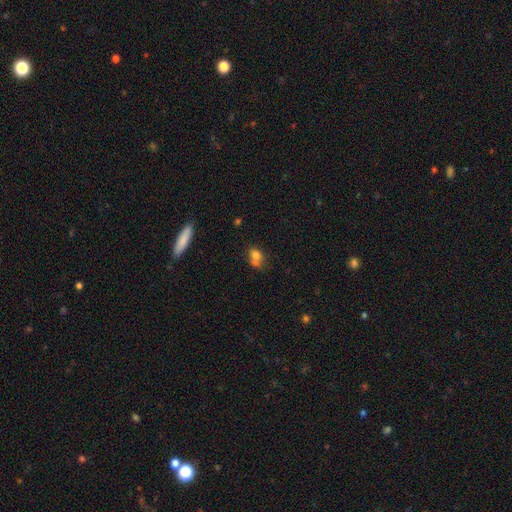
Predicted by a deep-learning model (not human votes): A smooth galaxy with no disk features (73%) that is in between round and cigar-shaped (56%). Merging: merger (45%).